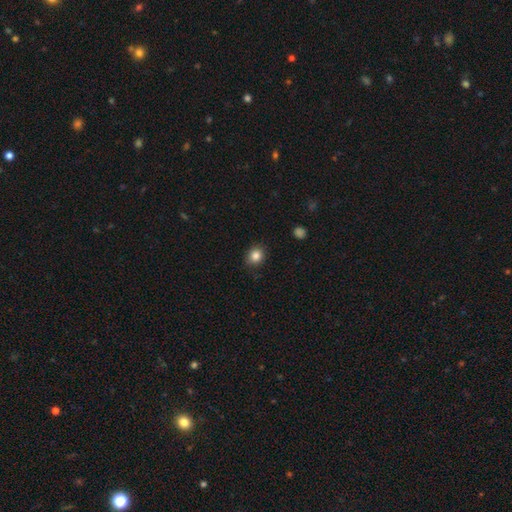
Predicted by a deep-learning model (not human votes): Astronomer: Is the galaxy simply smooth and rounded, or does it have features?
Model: smooth — 84%.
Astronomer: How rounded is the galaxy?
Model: round — 71%.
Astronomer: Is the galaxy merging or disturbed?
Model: none — 85%.